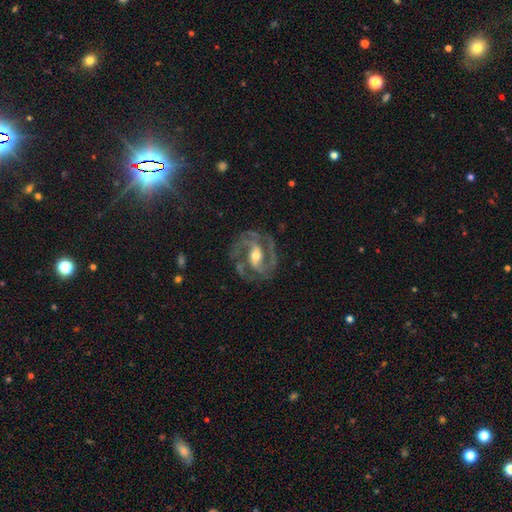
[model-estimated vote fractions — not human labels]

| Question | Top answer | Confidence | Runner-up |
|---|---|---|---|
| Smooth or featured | featured or disk | 92% | star or artifact (4%) |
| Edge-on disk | no | 97% | yes (3%) |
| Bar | strong | 44% | weak (37%) |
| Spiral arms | yes | 97% | no (3%) |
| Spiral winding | medium | 57% | tight (32%) |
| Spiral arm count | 2 | 68% | 3 (20%) |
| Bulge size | moderate | 67% | small (26%) |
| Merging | none | 75% | minor disturbance (16%) |